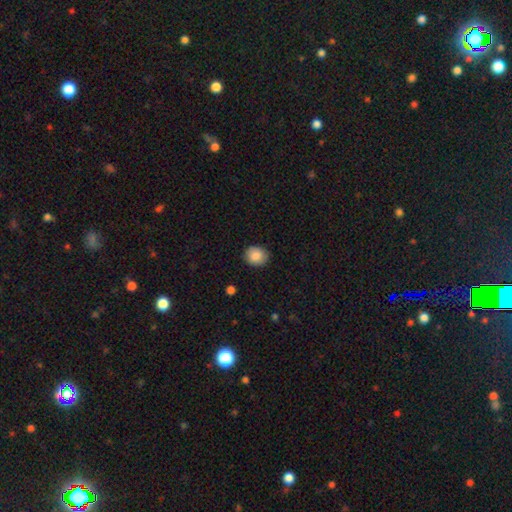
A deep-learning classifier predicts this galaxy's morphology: A smooth galaxy with no disk features (87%) that is round (66%). Merging: none (87%).